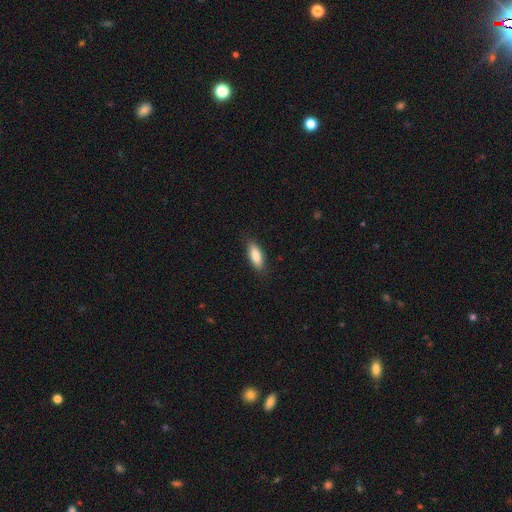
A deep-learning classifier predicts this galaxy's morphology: Smooth or featured: smooth — 84% (featured or disk — 10%)
How rounded: in between — 71% (cigar-shaped — 27%)
Merging: none — 85% (minor disturbance — 11%)